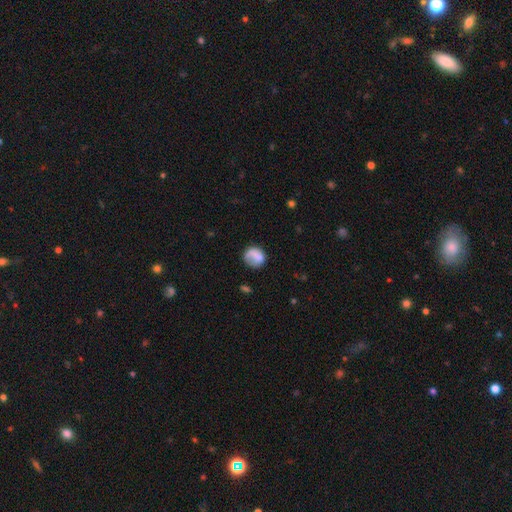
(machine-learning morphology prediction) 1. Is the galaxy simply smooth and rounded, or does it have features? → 68% smooth, 24% featured or disk, 8% star or artifact.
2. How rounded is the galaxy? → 79% round, 20% in between, 1% cigar-shaped.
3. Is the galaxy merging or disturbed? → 53% none, 22% minor disturbance, 18% major disturbance, 6% merger.